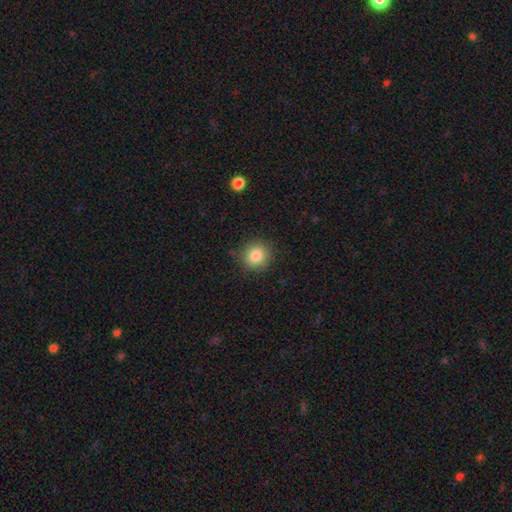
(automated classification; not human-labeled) This appears to be a smooth galaxy with no disk features (84%) that is round (90%). Merging: none (88%).